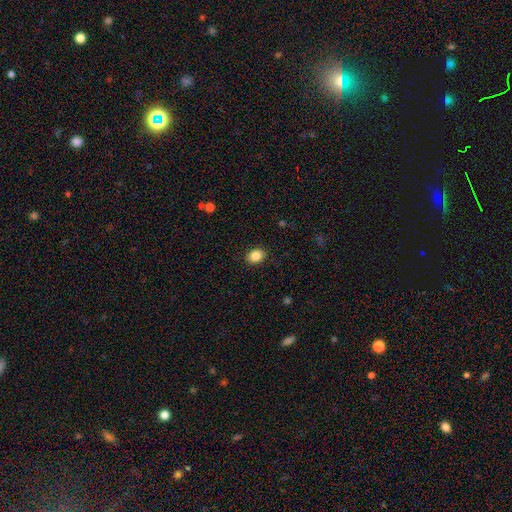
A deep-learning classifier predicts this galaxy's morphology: The model was most divided on "how rounded": in between: 55%, round: 45%, cigar-shaped: 1%. More confident: merging — none (89%); smooth or featured — smooth (86%).